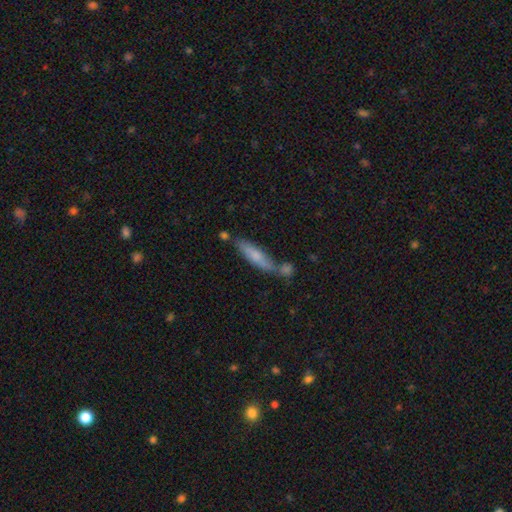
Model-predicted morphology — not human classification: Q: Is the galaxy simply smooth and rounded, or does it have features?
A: smooth — 65%.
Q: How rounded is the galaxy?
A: cigar-shaped — 80%.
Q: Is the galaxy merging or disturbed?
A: none — 57%.